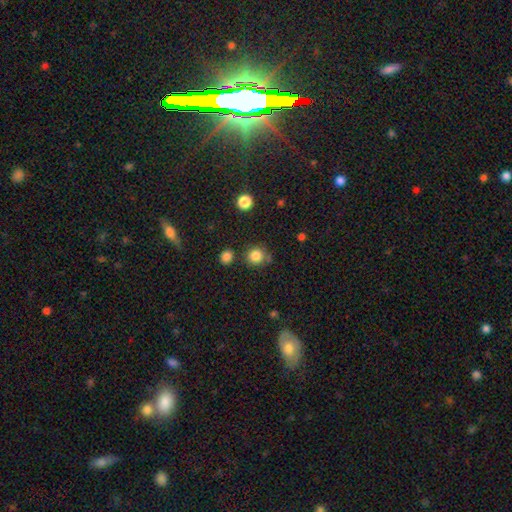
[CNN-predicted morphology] Smooth or featured?
  - smooth: 83% *
  - star or artifact: 12%
  - featured or disk: 5%
How rounded?
  - round: 89% *
  - in between: 10%
  - cigar-shaped: 1%
Merging?
  - none: 74% *
  - minor disturbance: 14%
  - merger: 7%
  - major disturbance: 4%